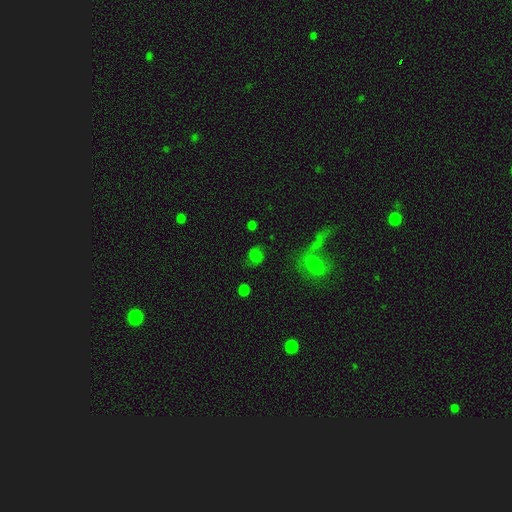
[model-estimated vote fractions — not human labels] smooth-or-featured: smooth: 69% | star or artifact: 21% | featured or disk: 11%
  how-rounded: round: 73% | in between: 25% | cigar-shaped: 1%
  merging: none: 70% | minor disturbance: 16% | major disturbance: 8% | merger: 6%